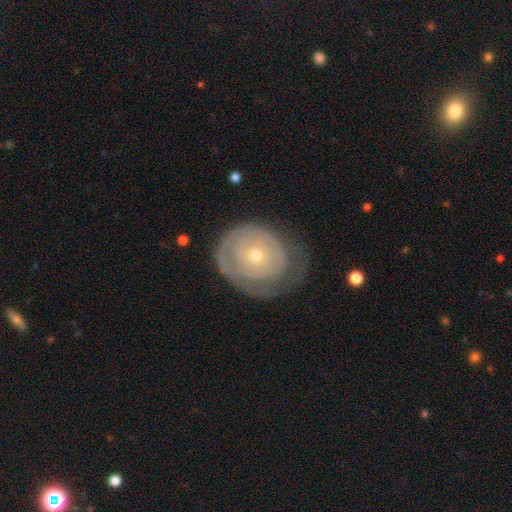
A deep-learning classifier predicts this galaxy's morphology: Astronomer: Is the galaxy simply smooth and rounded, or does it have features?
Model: featured or disk — 66%.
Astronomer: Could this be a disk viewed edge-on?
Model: no — 96%.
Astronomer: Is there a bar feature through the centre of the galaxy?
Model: no — 87%.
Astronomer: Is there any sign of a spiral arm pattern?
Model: yes — 61% (runner-up: no, 39%).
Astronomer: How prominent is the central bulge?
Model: small — 65%.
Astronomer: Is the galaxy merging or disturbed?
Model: none — 53%.